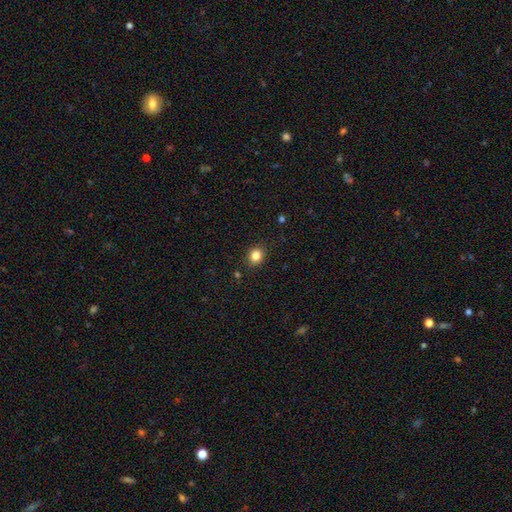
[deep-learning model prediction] Morphology: type=smooth (83%); roundness=round (71%); merging=none (89%).